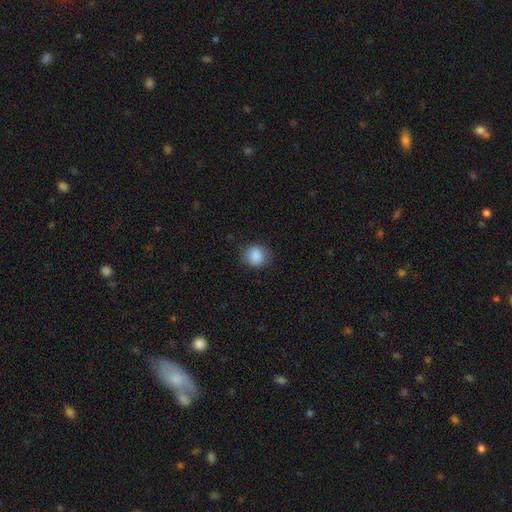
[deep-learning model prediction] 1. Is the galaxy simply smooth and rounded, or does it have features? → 87% smooth, 9% star or artifact, 4% featured or disk.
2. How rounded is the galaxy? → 84% round, 15% in between, 1% cigar-shaped.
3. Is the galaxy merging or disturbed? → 83% none, 13% minor disturbance, 3% major disturbance, 1% merger.